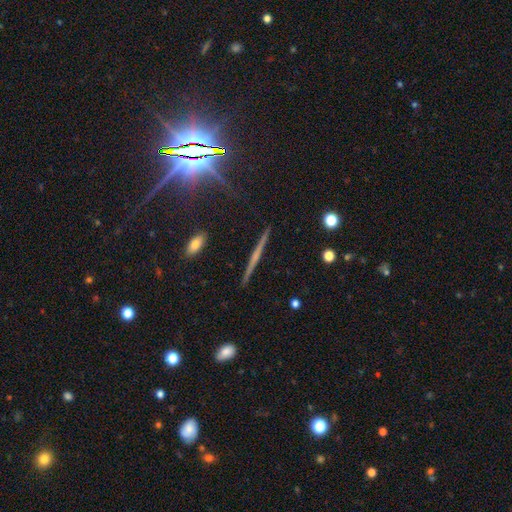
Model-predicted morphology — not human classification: featured or disk 61%, smooth 21%, star or artifact 18%. Down the decision tree: edge-on disk — yes (97%); edge-on bulge — none (55%); merging — none (90%).